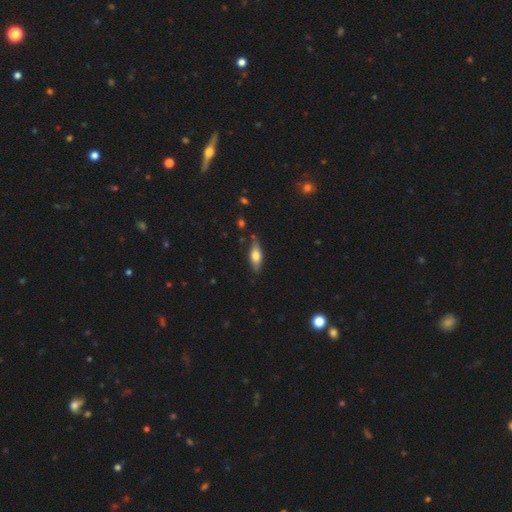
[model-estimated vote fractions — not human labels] smooth 56%, featured or disk 38%, star or artifact 6%. Down the decision tree: how rounded — in between (59%); merging — none (81%).